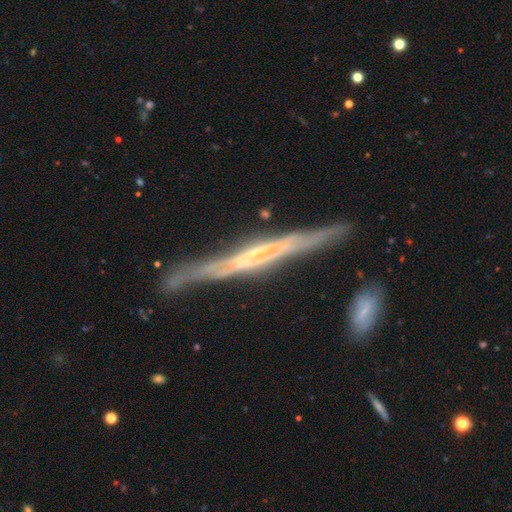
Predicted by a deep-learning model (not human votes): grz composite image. It shows a featured or disk galaxy (80%) viewed edge-on (93%) with no central bulge (52%). Merging: none (79%).